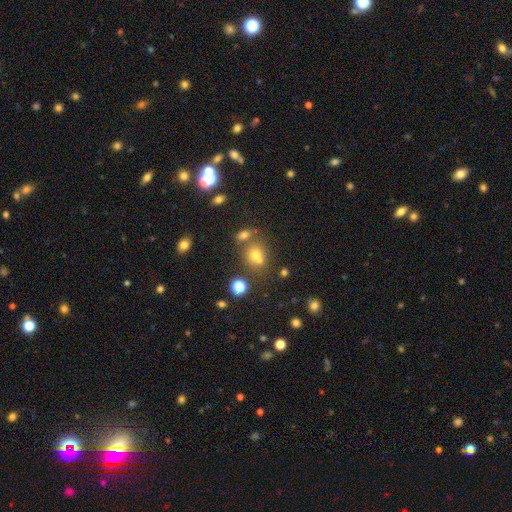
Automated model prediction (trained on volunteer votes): Smooth or featured?
  - smooth: 64% *
  - star or artifact: 23%
  - featured or disk: 13%
How rounded?
  - round: 68% *
  - in between: 31%
  - cigar-shaped: 1%
Merging?
  - none: 52% *
  - merger: 31%
  - minor disturbance: 11%
  - major disturbance: 5%